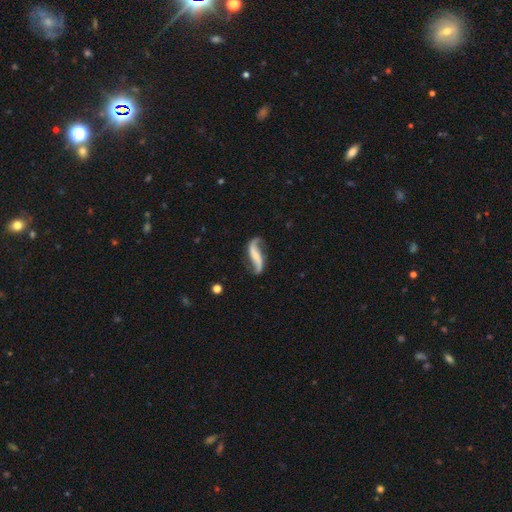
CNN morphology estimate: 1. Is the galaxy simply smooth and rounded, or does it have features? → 85% featured or disk, 10% smooth, 5% star or artifact.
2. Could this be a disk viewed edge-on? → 92% no, 8% yes.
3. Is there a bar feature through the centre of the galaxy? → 40% no, 33% strong, 27% weak.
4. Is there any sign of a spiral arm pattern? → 95% yes, 5% no.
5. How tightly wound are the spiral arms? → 89% loose, 8% medium, 3% tight.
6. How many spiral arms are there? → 93% 2, 3% 1, 2% can't tell, 1% 3, 1% 4, 1% more than 4.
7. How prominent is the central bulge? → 51% small, 24% none, 20% moderate, 3% large, 2% dominant.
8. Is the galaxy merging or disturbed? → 72% none, 17% minor disturbance, 8% major disturbance, 3% merger.